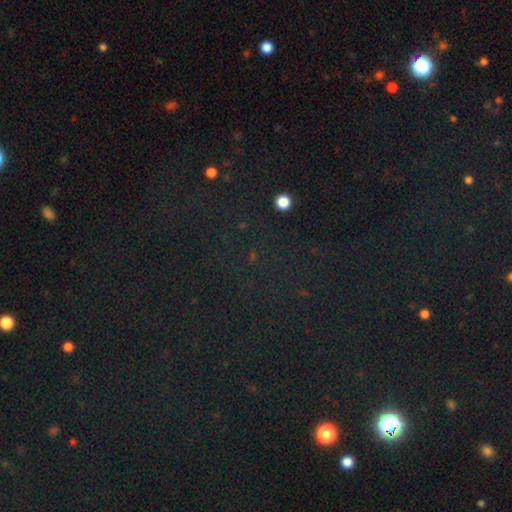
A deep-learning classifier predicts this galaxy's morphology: Smooth or featured?
  - star or artifact: 76% *
  - smooth: 16%
  - featured or disk: 8%